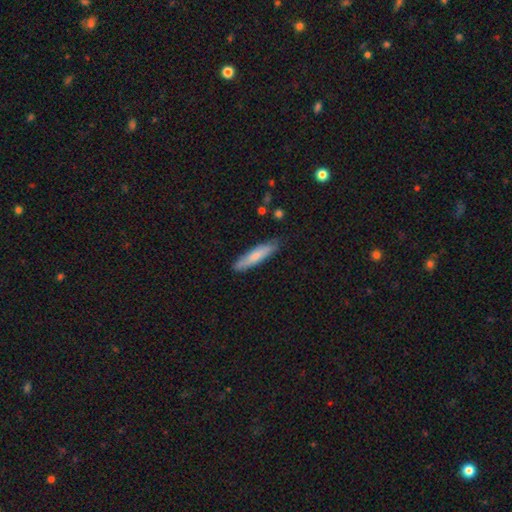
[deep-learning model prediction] This appears to be a smooth galaxy with no disk features (70%) that is cigar-shaped (83%). Merging: none (83%).